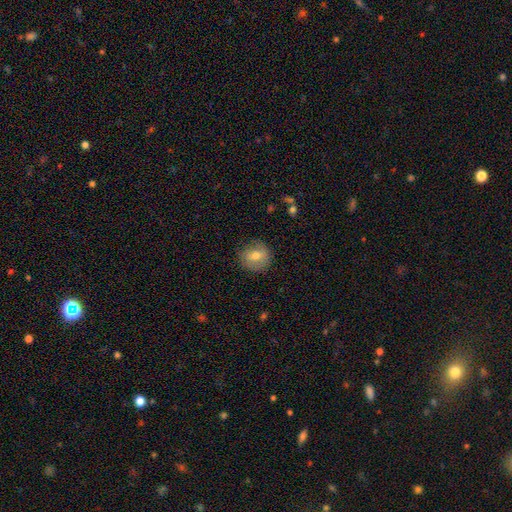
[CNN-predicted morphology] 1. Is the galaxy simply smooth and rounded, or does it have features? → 69% smooth, 23% featured or disk, 9% star or artifact.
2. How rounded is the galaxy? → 87% round, 12% in between, 1% cigar-shaped.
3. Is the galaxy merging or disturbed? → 81% none, 14% minor disturbance, 4% major disturbance, 1% merger.